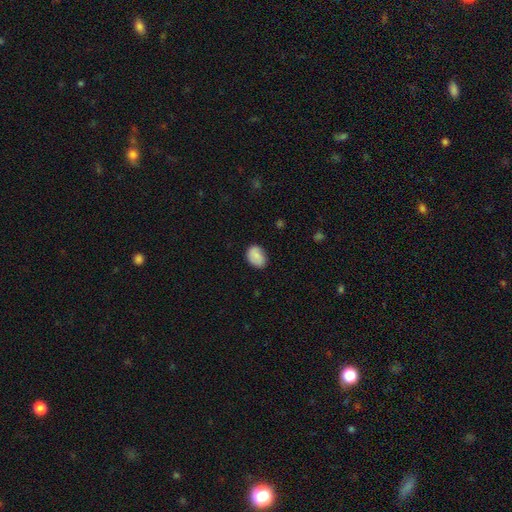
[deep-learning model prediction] smooth 76%, featured or disk 17%, star or artifact 7%. Down the decision tree: how rounded — in between (73%); merging — none (77%).